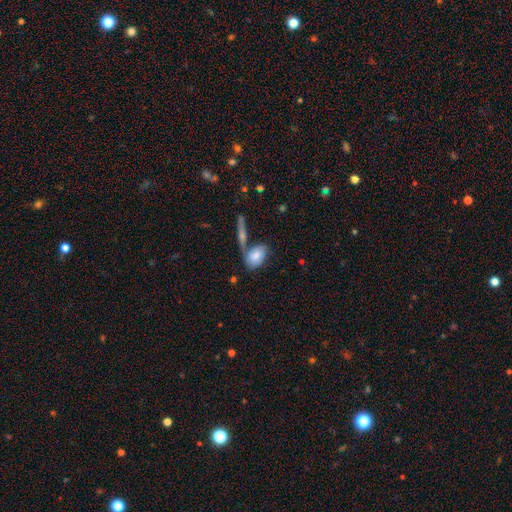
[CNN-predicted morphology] Smooth or featured? Predicted: smooth (p=0.72). How rounded? Predicted: in between (p=0.85). Merging? Predicted: none (p=0.45).